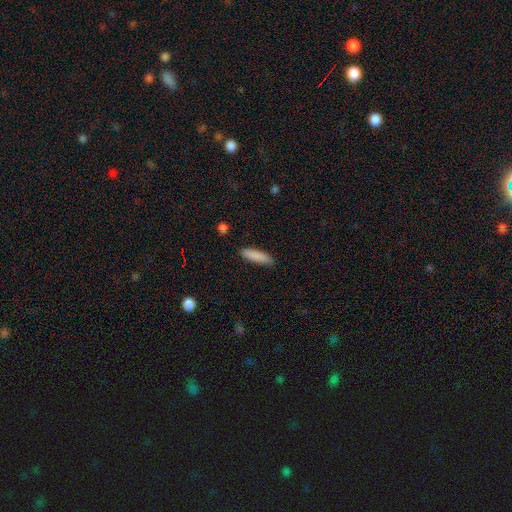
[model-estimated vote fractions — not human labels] This is clearly a smooth galaxy (87%). How rounded: likely cigar-shaped (63%). Merging: clearly none (87%).